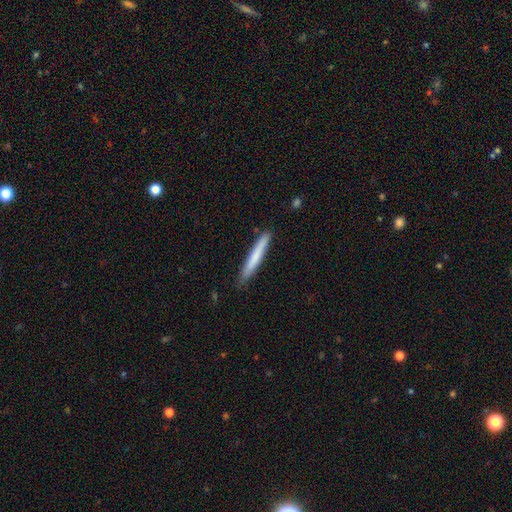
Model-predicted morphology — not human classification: smooth 72%, featured or disk 22%, star or artifact 6%. Down the decision tree: how rounded — cigar-shaped (96%); merging — none (86%).